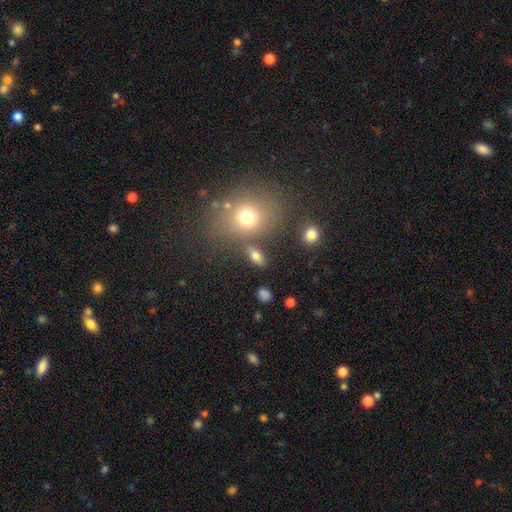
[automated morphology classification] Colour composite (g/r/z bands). It shows a smooth galaxy with no disk features (76%) that is in between round and cigar-shaped (78%). Merging: none (76%).